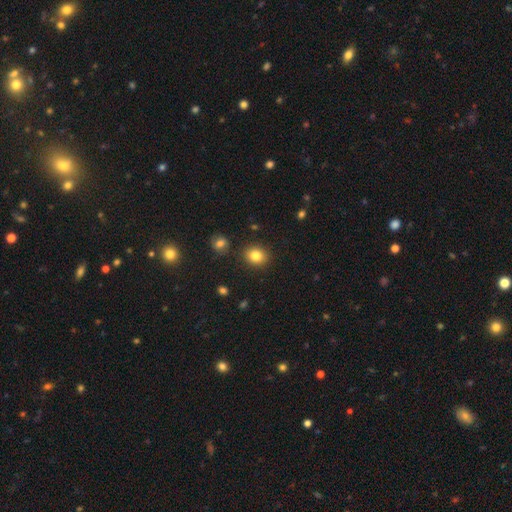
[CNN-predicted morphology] A smooth galaxy with no disk features (82%) that is round (69%).

Vote fractions:
- Smooth or featured? smooth: 82% / star or artifact: 11% / featured or disk: 7%
- How rounded? round: 69% / in between: 30% / cigar-shaped: 1%
- Merging? none: 88% / minor disturbance: 7% / merger: 3% / major disturbance: 2%